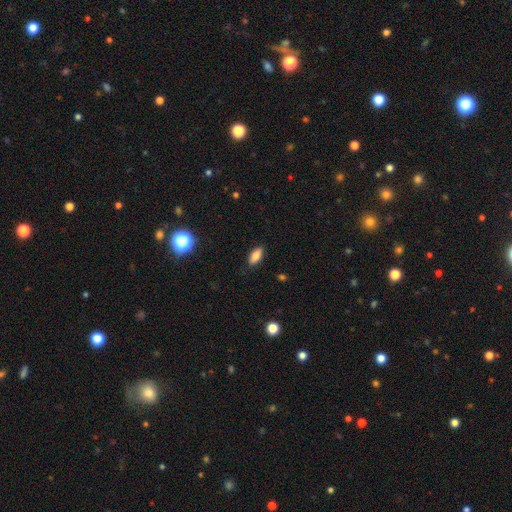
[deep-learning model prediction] This is likely a smooth galaxy (79%). How rounded: clearly in between (84%). Merging: clearly none (86%).